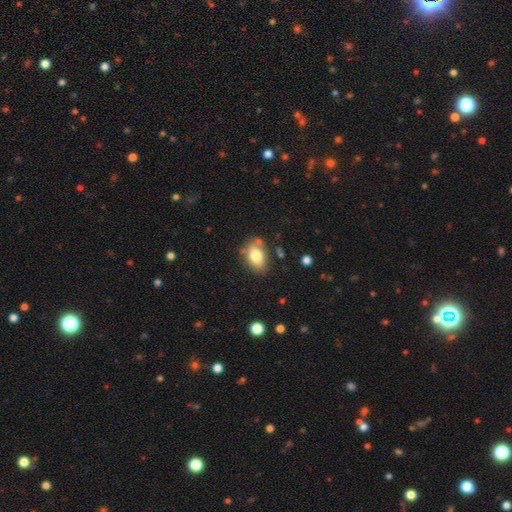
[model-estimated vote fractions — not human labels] Q: Smooth or featured?
A: smooth (77%); runner-up: featured or disk (15%)
Q: How rounded?
A: in between (84%); runner-up: round (14%)
Q: Merging?
A: none (72%); runner-up: minor disturbance (18%)